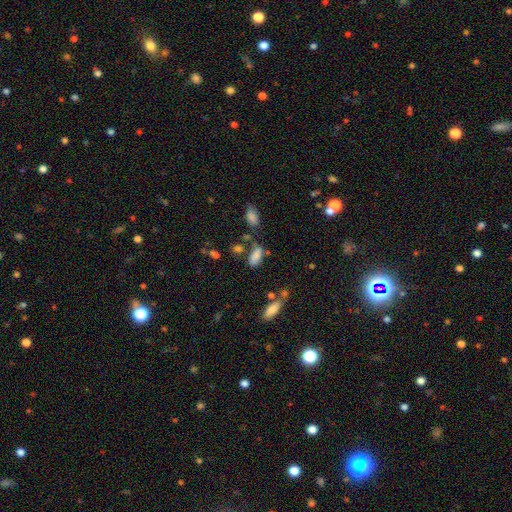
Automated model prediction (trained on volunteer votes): Smooth or featured?
  - smooth: 80% *
  - star or artifact: 12%
  - featured or disk: 8%
How rounded?
  - in between: 85% *
  - cigar-shaped: 11%
  - round: 4%
Merging?
  - none: 53% *
  - minor disturbance: 23%
  - merger: 14%
  - major disturbance: 10%